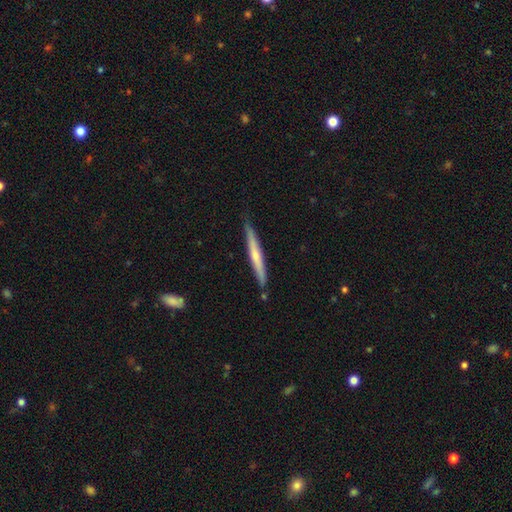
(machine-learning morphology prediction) This is possibly a featured or disk galaxy (52%). It is clearly viewed edge-on (96%). Merging: clearly none (84%).